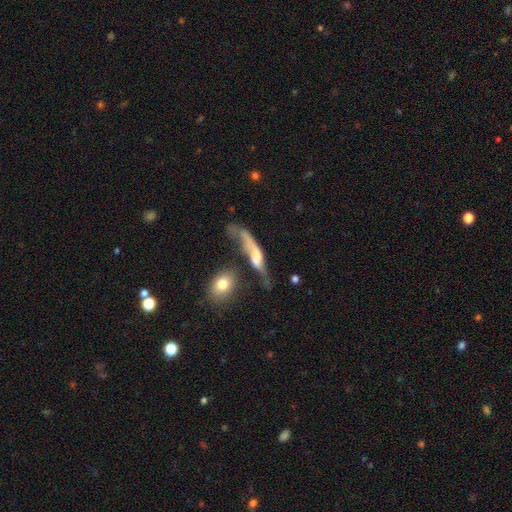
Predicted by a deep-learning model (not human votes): Q: Smooth or featured?
A: featured or disk (58%); runner-up: smooth (33%)
Q: Edge-on disk?
A: yes (51%); runner-up: no (49%)
Q: Merging?
A: major disturbance (38%); runner-up: none (24%)